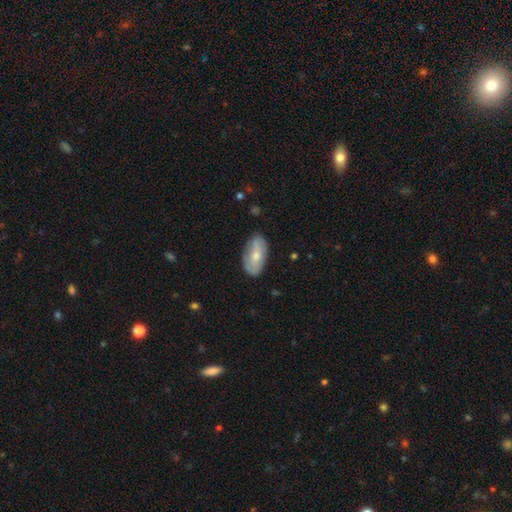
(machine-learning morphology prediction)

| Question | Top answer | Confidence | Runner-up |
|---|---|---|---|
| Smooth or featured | smooth | 51% | featured or disk (43%) |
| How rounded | in between | 92% | round (4%) |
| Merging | none | 78% | minor disturbance (17%) |